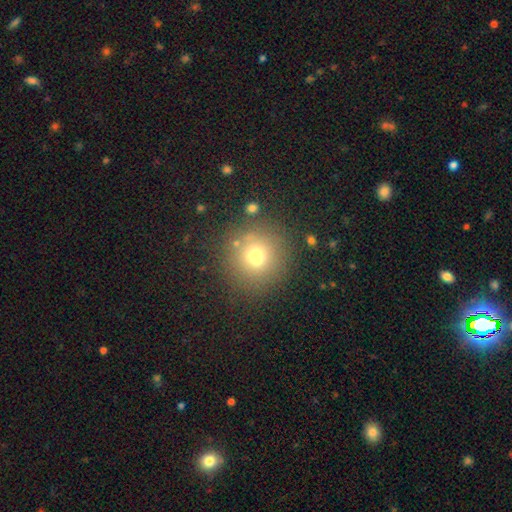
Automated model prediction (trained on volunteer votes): This is likely a smooth galaxy (69%). How rounded: clearly round (92%). Merging: likely none (78%).